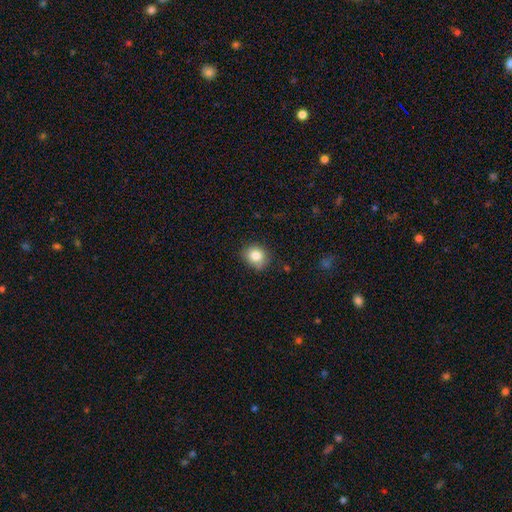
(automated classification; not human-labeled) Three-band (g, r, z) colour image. It shows a smooth galaxy with no disk features (84%) that is round (72%). Merging: none (78%).